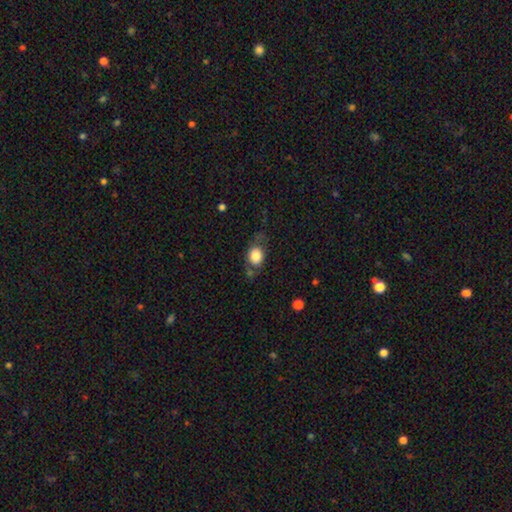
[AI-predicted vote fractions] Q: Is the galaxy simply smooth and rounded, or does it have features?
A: smooth — 76%.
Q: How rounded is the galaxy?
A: in between — 56%.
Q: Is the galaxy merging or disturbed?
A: none — 58%.